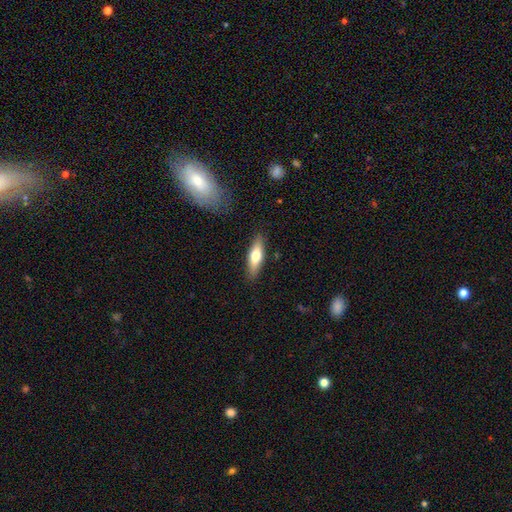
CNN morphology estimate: A smooth galaxy with no disk features (64%) that is cigar-shaped (55%). Merging: none (87%).